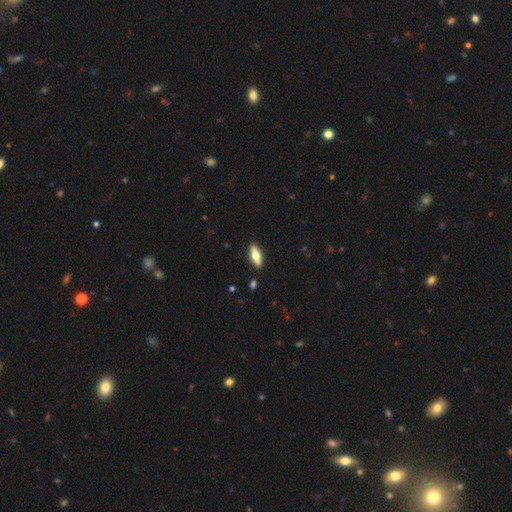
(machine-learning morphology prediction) This is possibly a smooth galaxy (55%). How rounded: possibly in between (60%). Merging: clearly none (89%).